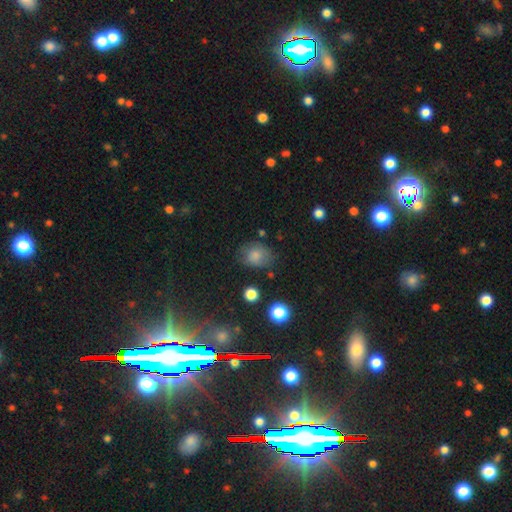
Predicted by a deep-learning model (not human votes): A smooth galaxy with no disk features (77%) that is in between round and cigar-shaped (52%).

Vote fractions:
- Smooth or featured? smooth: 77% / featured or disk: 12% / star or artifact: 11%
- How rounded? in between: 52% / round: 47% / cigar-shaped: 1%
- Merging? none: 62% / minor disturbance: 25% / major disturbance: 10% / merger: 3%